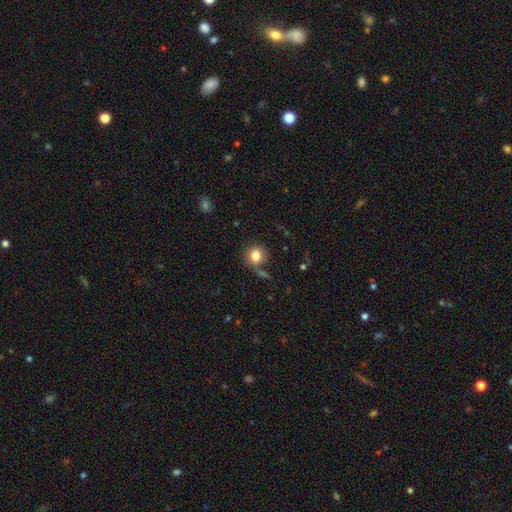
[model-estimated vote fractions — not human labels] A smooth galaxy with no disk features (82%) that is round (85%).

Vote fractions:
- Smooth or featured? smooth: 82% / star or artifact: 10% / featured or disk: 8%
- How rounded? round: 85% / in between: 14% / cigar-shaped: 1%
- Merging? none: 68% / minor disturbance: 15% / merger: 10% / major disturbance: 7%